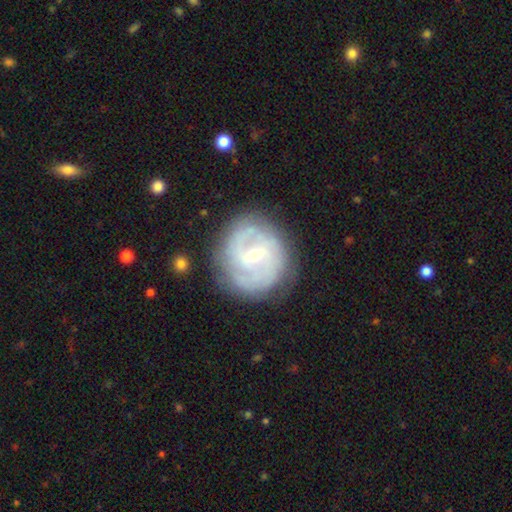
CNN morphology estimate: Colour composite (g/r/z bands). It shows a featured or disk galaxy (77%) with a weak bar (54%), 2 (44%) tight (50%) spiral arms (85%) and a small central bulge (62%). Merging: none (76%).